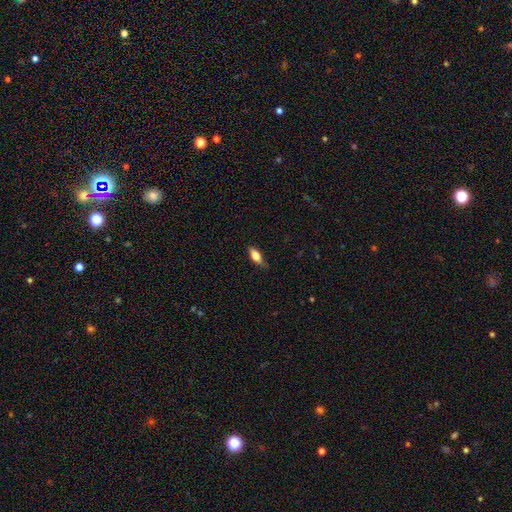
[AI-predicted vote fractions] Q: Smooth or featured?
A: smooth (71%); runner-up: featured or disk (22%)
Q: How rounded?
A: in between (75%); runner-up: cigar-shaped (22%)
Q: Merging?
A: none (77%); runner-up: minor disturbance (19%)